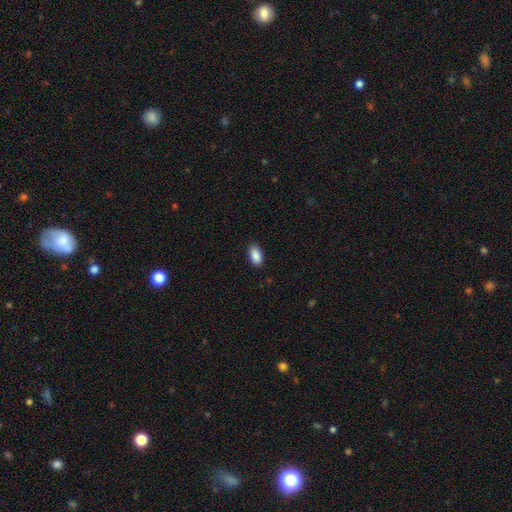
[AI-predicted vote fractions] Overall: smooth (90%). How rounded: in between (93%). Merging: none (88%).